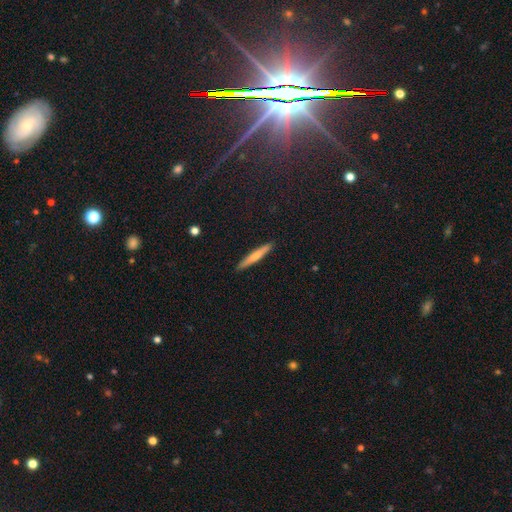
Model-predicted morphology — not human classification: Overall: smooth (62%; featured or disk 32%). How rounded: cigar-shaped (95%). Merging: none (91%).